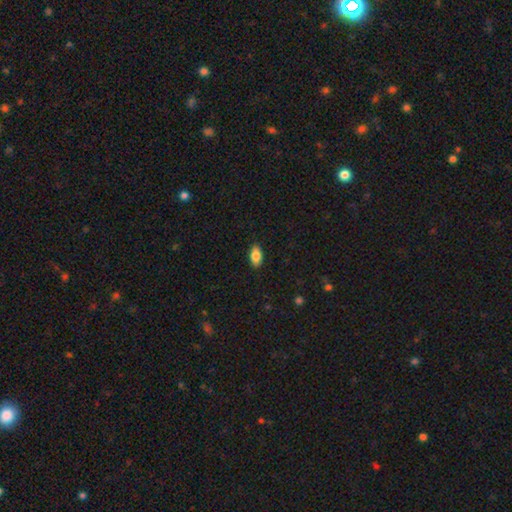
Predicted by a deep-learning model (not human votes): Smooth or featured?
  - smooth: 85% *
  - featured or disk: 8%
  - star or artifact: 7%
How rounded?
  - in between: 92% *
  - cigar-shaped: 4%
  - round: 3%
Merging?
  - none: 89% *
  - minor disturbance: 8%
  - major disturbance: 2%
  - merger: 1%